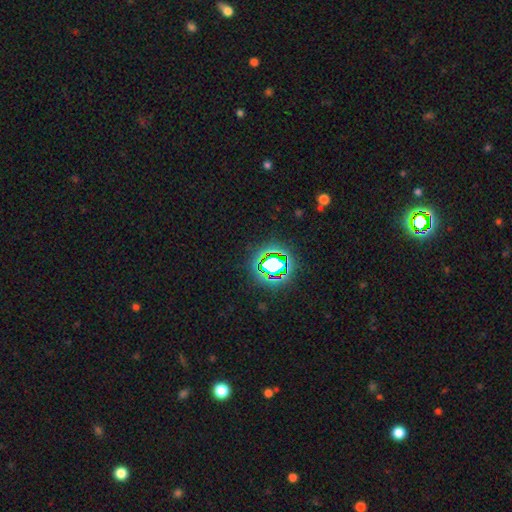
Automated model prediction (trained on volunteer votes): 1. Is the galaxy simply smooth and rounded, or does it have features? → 77% star or artifact, 16% smooth, 8% featured or disk.